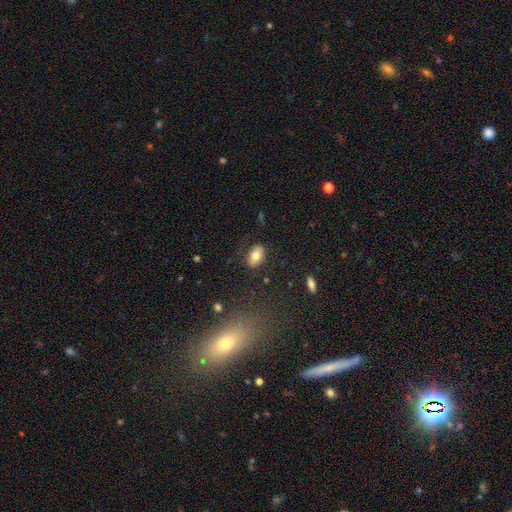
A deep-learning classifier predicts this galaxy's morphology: Smooth or featured? Predicted: smooth (p=0.75). How rounded? Predicted: in between (p=0.86). Merging? Predicted: none (p=0.82).